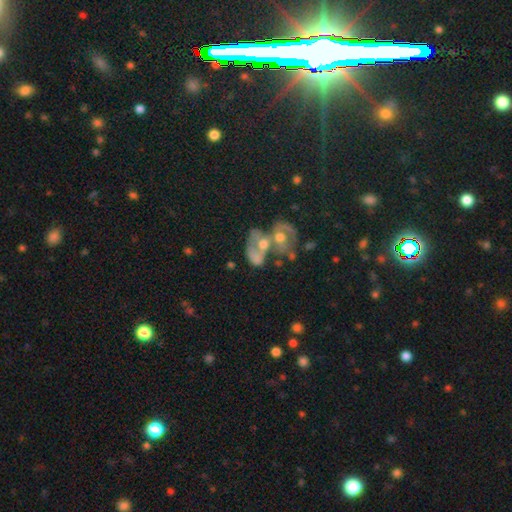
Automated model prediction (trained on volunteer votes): A featured or disk galaxy (52%). Merging: merger (74%).